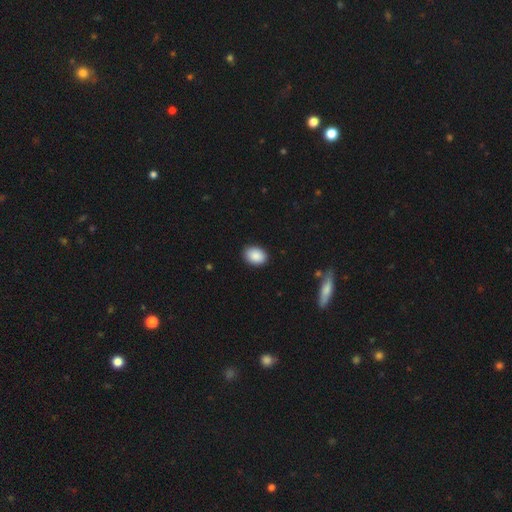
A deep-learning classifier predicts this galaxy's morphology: smooth_or_featured: smooth (p=0.89) [alt: star or artifact p=0.07]
how_rounded: in between (p=0.78) [alt: round p=0.21]
merging: none (p=0.89) [alt: minor disturbance p=0.08]